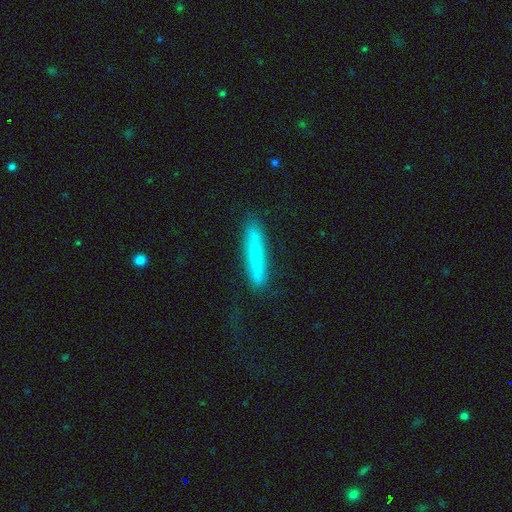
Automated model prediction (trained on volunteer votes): Overall: smooth (70%). How rounded: cigar-shaped (93%). Merging: none (77%).